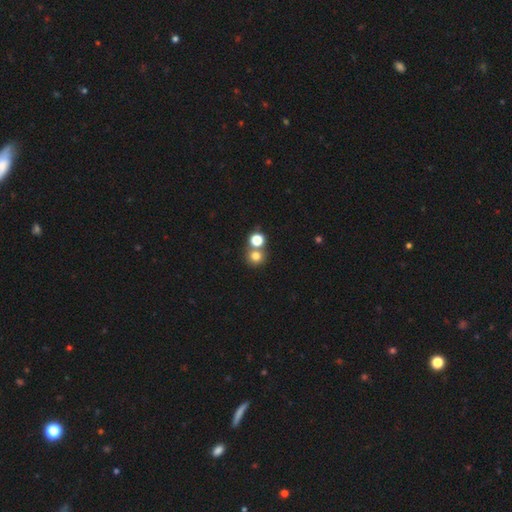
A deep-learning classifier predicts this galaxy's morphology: type=smooth (77%); roundness=round (89%); merging=none (58%).